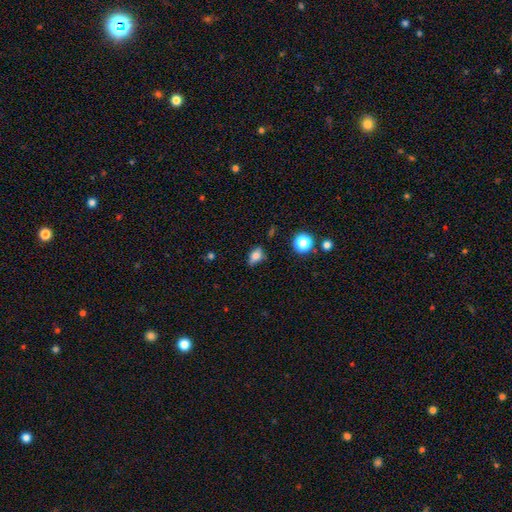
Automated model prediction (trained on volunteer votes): Q: Smooth or featured?
A: smooth (70%); runner-up: featured or disk (18%)
Q: How rounded?
A: in between (74%); runner-up: round (21%)
Q: Merging?
A: none (68%); runner-up: minor disturbance (23%)